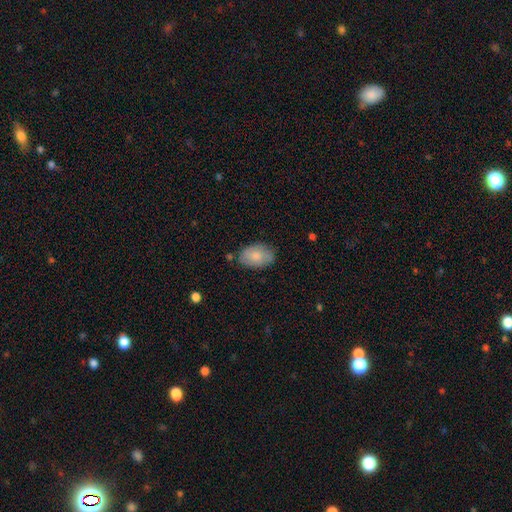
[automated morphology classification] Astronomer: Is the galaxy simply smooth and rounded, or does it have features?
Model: smooth — 77%.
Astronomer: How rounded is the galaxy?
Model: in between — 88%.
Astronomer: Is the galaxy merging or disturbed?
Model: none — 76%.